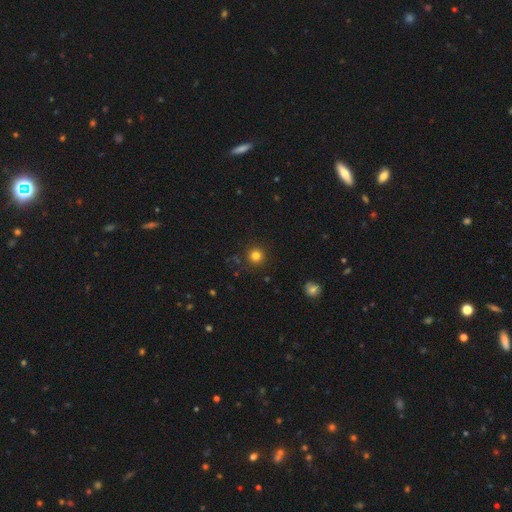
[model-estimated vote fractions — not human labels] smooth-or-featured: smooth: 81% | star or artifact: 14% | featured or disk: 5%
  how-rounded: round: 95% | in between: 4% | cigar-shaped: 1%
  merging: none: 91% | minor disturbance: 6% | major disturbance: 2% | merger: 1%